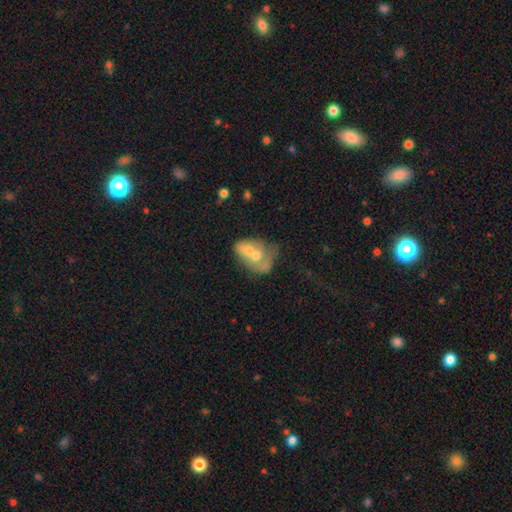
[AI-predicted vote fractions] This appears to be a smooth galaxy with no disk features (49%). Merging: merger (69%).